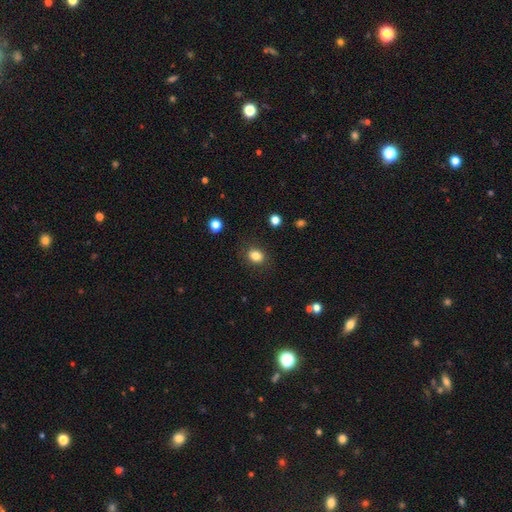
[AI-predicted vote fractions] Smooth or featured?
  - smooth: 82% *
  - star or artifact: 11%
  - featured or disk: 6%
How rounded?
  - round: 56% *
  - in between: 43%
  - cigar-shaped: 1%
Merging?
  - none: 85% *
  - minor disturbance: 10%
  - major disturbance: 3%
  - merger: 1%